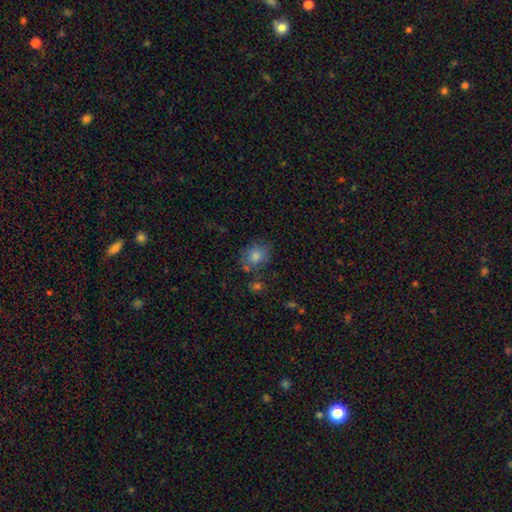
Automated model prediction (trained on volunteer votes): A smooth galaxy with no disk features (77%) that is round (51%).

Vote fractions:
- Smooth or featured? smooth: 77% / featured or disk: 12% / star or artifact: 11%
- How rounded? round: 51% / in between: 48% / cigar-shaped: 1%
- Merging? none: 65% / minor disturbance: 19% / merger: 10% / major disturbance: 6%